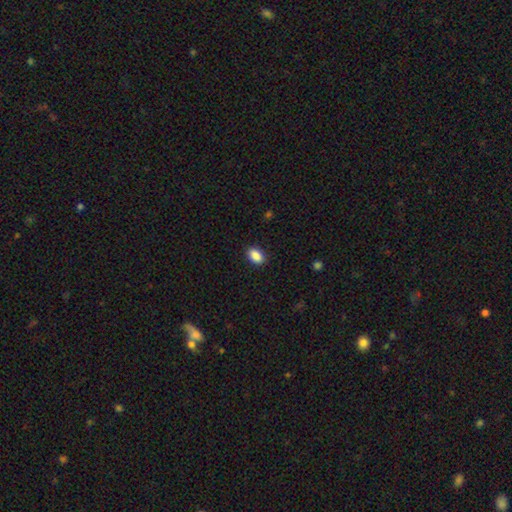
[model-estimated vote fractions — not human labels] This is clearly a smooth galaxy (89%). How rounded: clearly in between (89%). Merging: clearly none (89%).